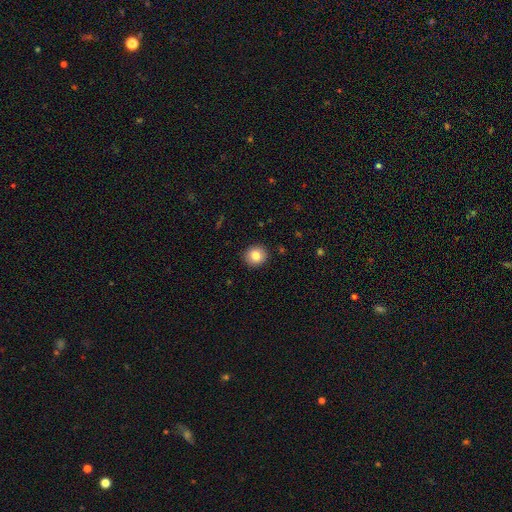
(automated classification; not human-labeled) Smooth or featured? Predicted: smooth (p=0.82). How rounded? Predicted: round (p=0.89). Merging? Predicted: none (p=0.92).